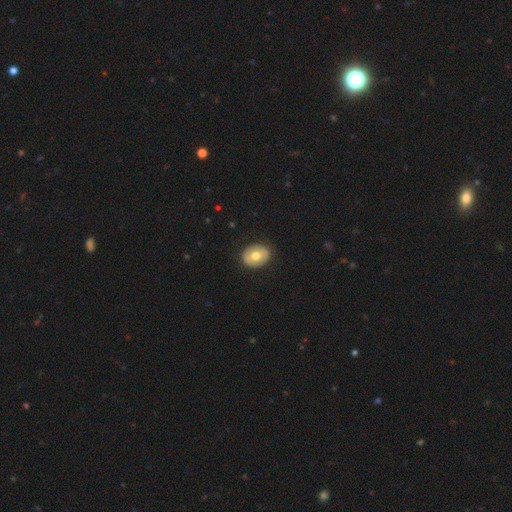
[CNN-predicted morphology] The model was most divided on "how rounded": in between: 53%, round: 46%, cigar-shaped: 1%. More confident: merging — none (87%); smooth or featured — smooth (62%).